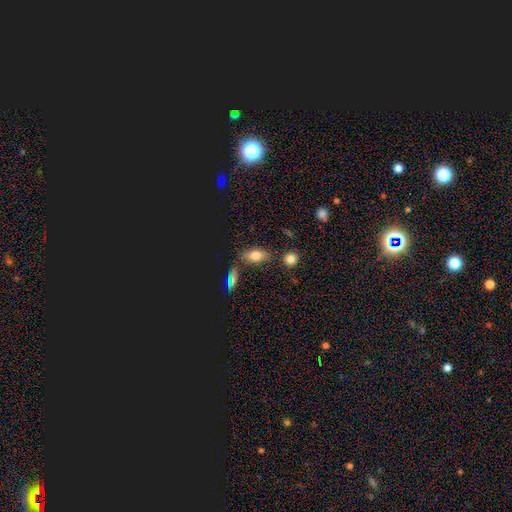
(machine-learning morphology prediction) This is likely a smooth galaxy (72%). How rounded: clearly in between (84%). Merging: likely none (77%).